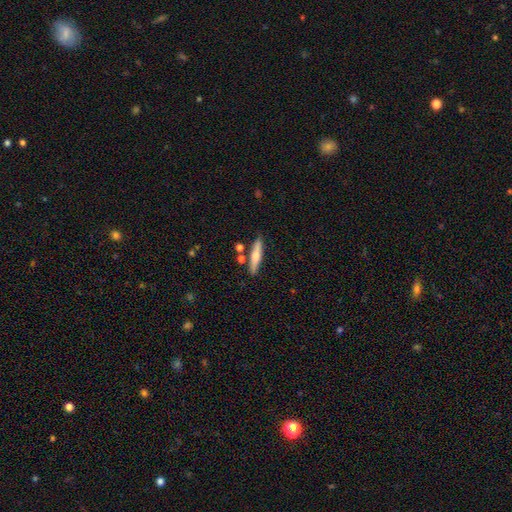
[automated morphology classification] Q: Smooth or featured?
A: smooth (64%); runner-up: featured or disk (30%)
Q: How rounded?
A: cigar-shaped (87%); runner-up: in between (11%)
Q: Merging?
A: none (80%); runner-up: minor disturbance (10%)